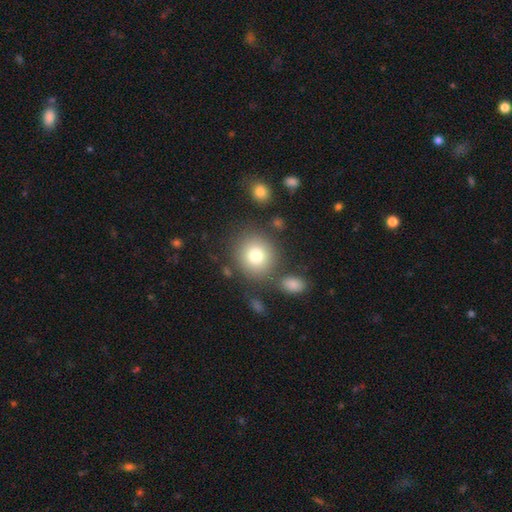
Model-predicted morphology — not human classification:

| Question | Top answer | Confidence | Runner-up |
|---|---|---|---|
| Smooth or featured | smooth | 78% | star or artifact (11%) |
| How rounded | round | 85% | in between (14%) |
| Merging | none | 77% | minor disturbance (10%) |